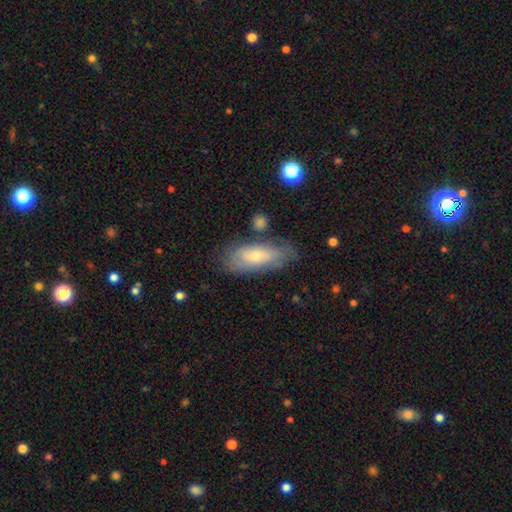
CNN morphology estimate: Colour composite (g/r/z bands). It shows a smooth galaxy with no disk features (59%) that is in between round and cigar-shaped (72%). Merging: none (69%).